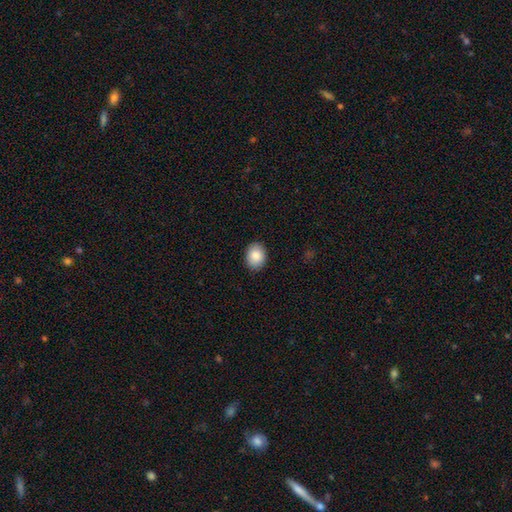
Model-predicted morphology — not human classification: A smooth galaxy with no disk features (88%) that is in between round and cigar-shaped (62%). Merging: none (89%).